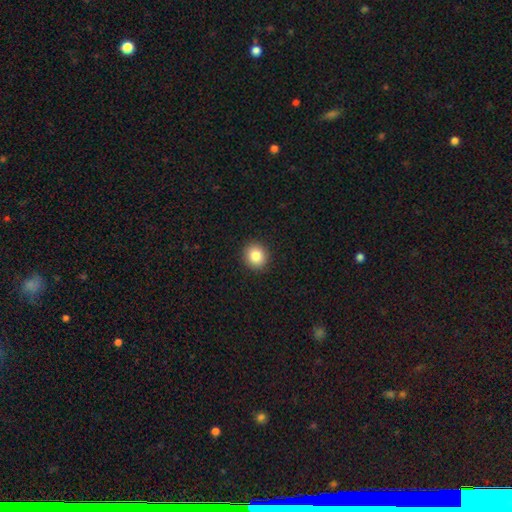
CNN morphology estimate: Q: Smooth or featured?
A: smooth (85%); runner-up: star or artifact (9%)
Q: How rounded?
A: round (84%); runner-up: in between (15%)
Q: Merging?
A: none (92%); runner-up: minor disturbance (5%)